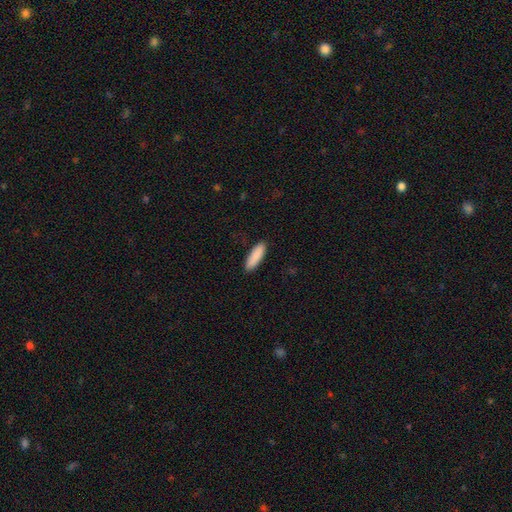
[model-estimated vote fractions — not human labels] Morphology: type=smooth (89%); roundness=cigar-shaped (52%); merging=none (89%).